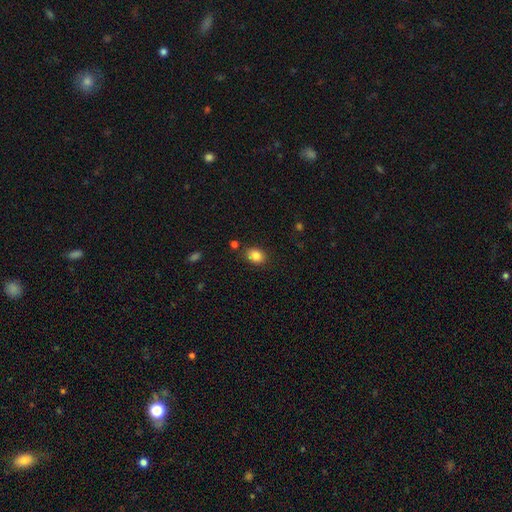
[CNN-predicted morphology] A smooth galaxy with no disk features (84%) that is in between round and cigar-shaped (62%).

Vote fractions:
- Smooth or featured? smooth: 84% / star or artifact: 10% / featured or disk: 6%
- How rounded? in between: 62% / round: 37% / cigar-shaped: 1%
- Merging? none: 83% / minor disturbance: 11% / merger: 4% / major disturbance: 3%